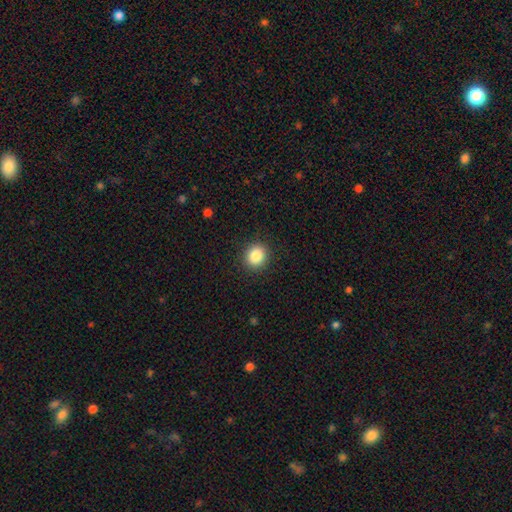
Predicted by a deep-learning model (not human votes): smooth 86%, star or artifact 10%, featured or disk 5%. Down the decision tree: how rounded — round (83%); merging — none (91%).